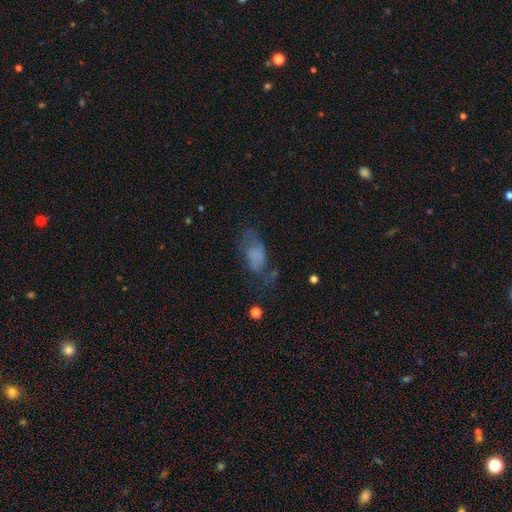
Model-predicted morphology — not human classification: A smooth galaxy with no disk features (59%) that is in between round and cigar-shaped (87%).

Vote fractions:
- Smooth or featured? smooth: 59% / featured or disk: 28% / star or artifact: 13%
- How rounded? in between: 87% / cigar-shaped: 7% / round: 6%
- Merging? none: 41% / major disturbance: 29% / minor disturbance: 26% / merger: 4%